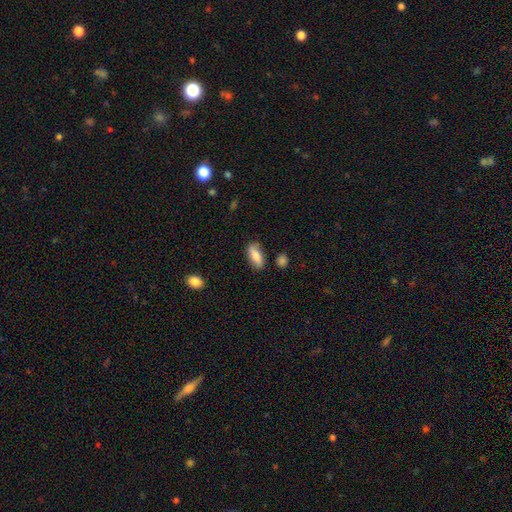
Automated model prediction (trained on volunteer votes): Smooth or featured: smooth — 76% (featured or disk — 17%)
How rounded: in between — 75% (cigar-shaped — 22%)
Merging: none — 79% (minor disturbance — 16%)